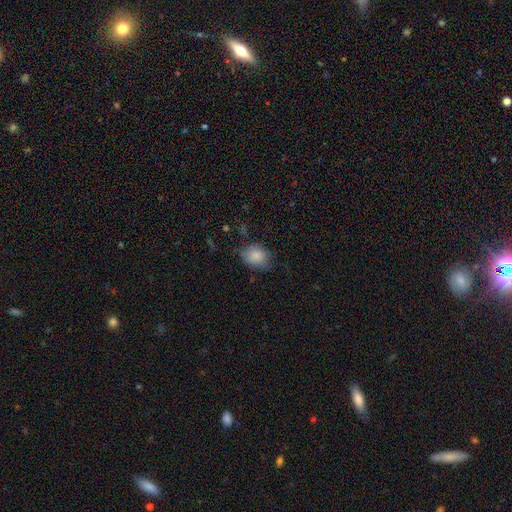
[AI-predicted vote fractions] smooth-or-featured: smooth: 84% | star or artifact: 8% | featured or disk: 8%
  how-rounded: in between: 58% | round: 41% | cigar-shaped: 1%
  merging: none: 61% | minor disturbance: 29% | major disturbance: 8% | merger: 2%